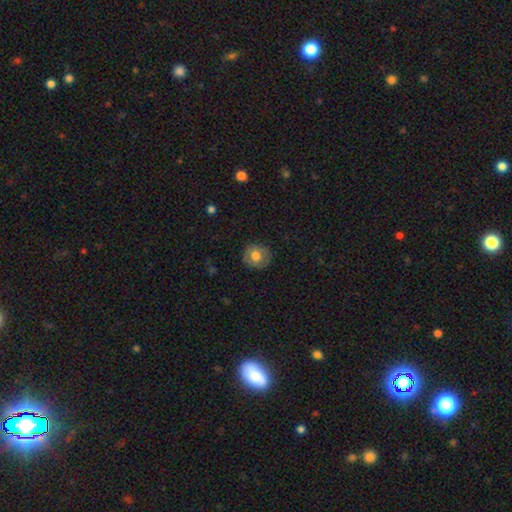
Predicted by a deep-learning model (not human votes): Smooth or featured?
  - smooth: 72% *
  - featured or disk: 20%
  - star or artifact: 8%
How rounded?
  - round: 86% *
  - in between: 13%
  - cigar-shaped: 1%
Merging?
  - none: 86% *
  - minor disturbance: 11%
  - major disturbance: 3%
  - merger: 1%